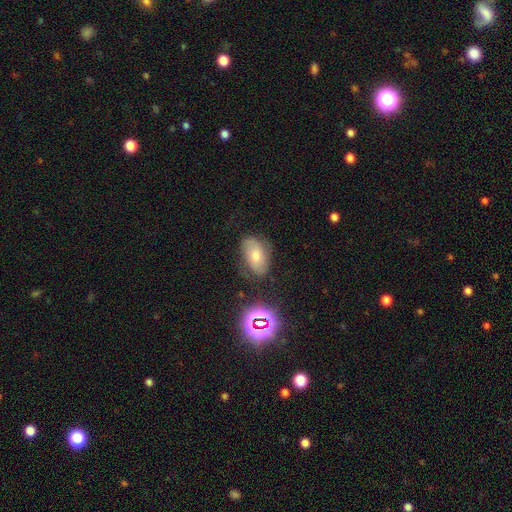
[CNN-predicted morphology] A smooth galaxy with no disk features (40%).

Vote fractions:
- Smooth or featured? smooth: 40% / featured or disk: 37% / star or artifact: 24%
- Merging? none: 69% / minor disturbance: 21% / major disturbance: 7% / merger: 3%